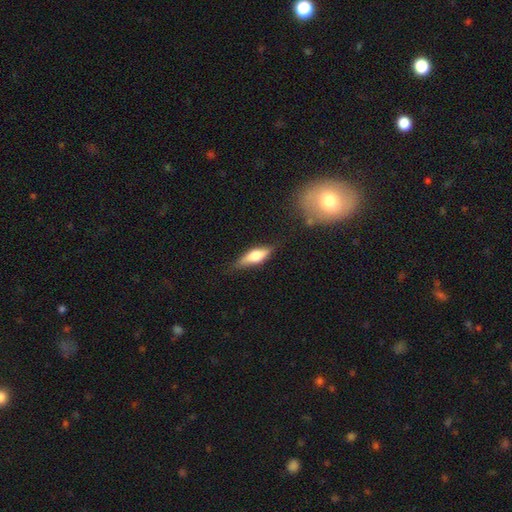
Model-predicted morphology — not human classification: Smooth or featured? smooth (60%)
How rounded? in between (54%)
Merging? none (70%)